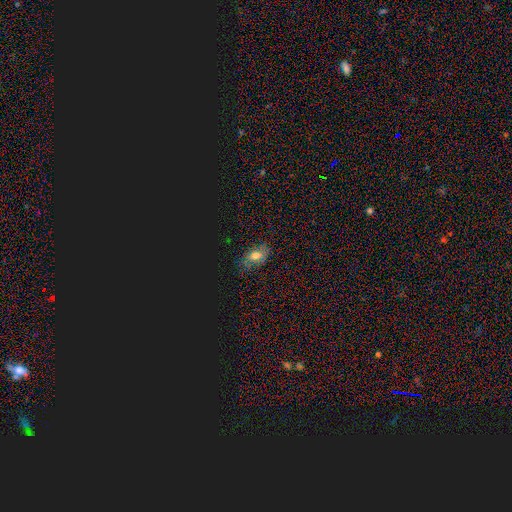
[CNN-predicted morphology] A smooth galaxy with no disk features (54%) that is in between round and cigar-shaped (80%).

Vote fractions:
- Smooth or featured? smooth: 54% / star or artifact: 30% / featured or disk: 16%
- How rounded? in between: 80% / round: 16% / cigar-shaped: 4%
- Merging? none: 76% / minor disturbance: 17% / major disturbance: 6% / merger: 2%